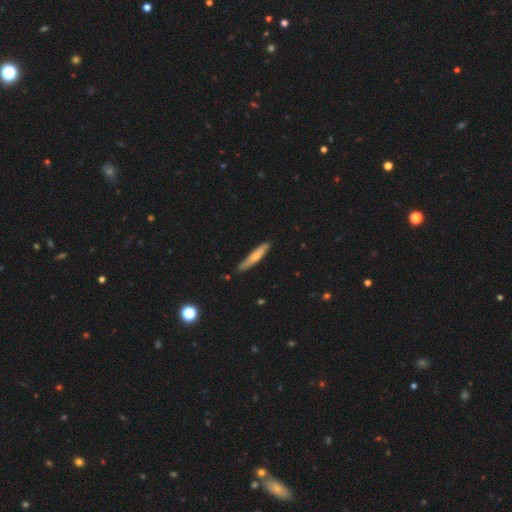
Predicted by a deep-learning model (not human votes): Morphology: type=smooth (64%); roundness=cigar-shaped (91%); merging=none (80%).